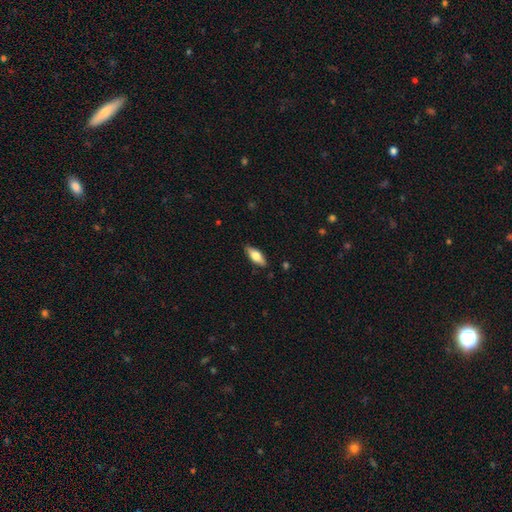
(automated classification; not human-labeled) smooth 67%, featured or disk 27%, star or artifact 6%. Down the decision tree: how rounded — in between (73%); merging — none (85%).